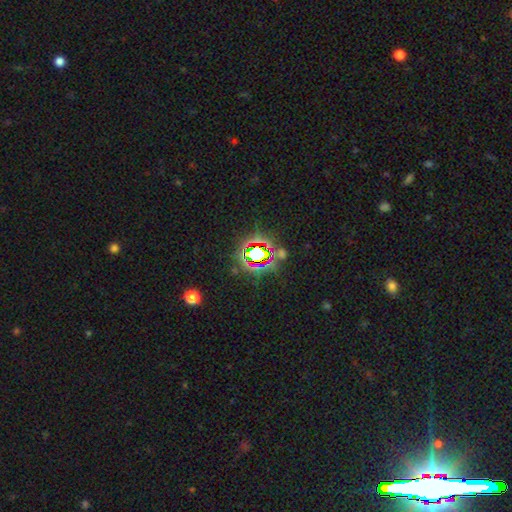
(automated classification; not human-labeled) Smooth or featured?
  - star or artifact: 73% *
  - smooth: 17%
  - featured or disk: 11%